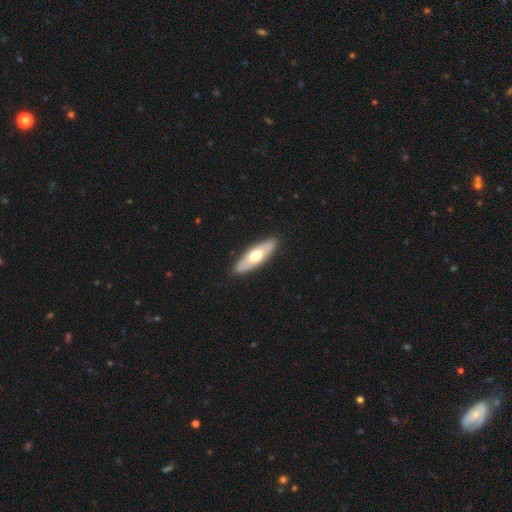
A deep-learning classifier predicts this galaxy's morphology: Smooth or featured? smooth (49%)
Merging? none (88%)